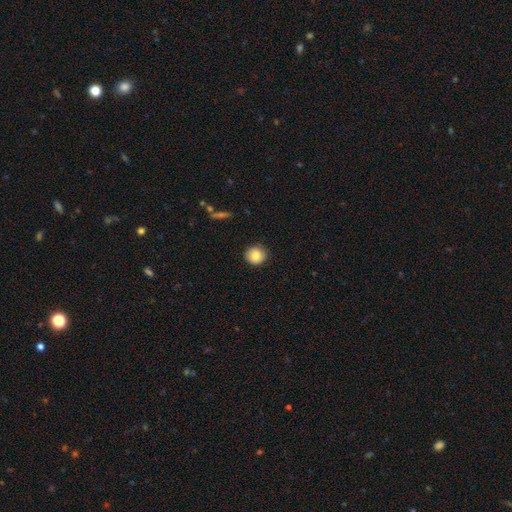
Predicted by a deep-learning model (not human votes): Smooth or featured? Predicted: smooth (p=0.83). How rounded? Predicted: round (p=0.91). Merging? Predicted: none (p=0.87).